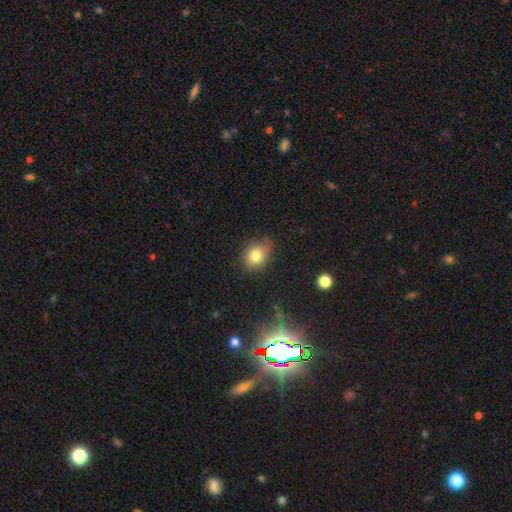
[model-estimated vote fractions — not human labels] This appears to be a smooth galaxy with no disk features (81%) that is round (56%). Merging: none (65%).